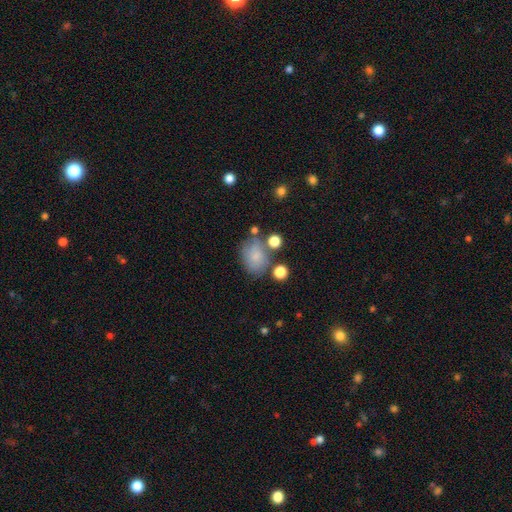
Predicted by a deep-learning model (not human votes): Overall: smooth (75%). How rounded: in between (55%; round 44%). Merging: none (57%; minor disturbance 21%).